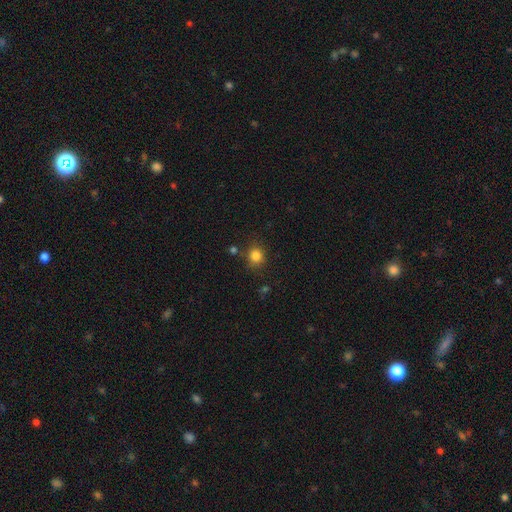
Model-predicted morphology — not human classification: Smooth or featured? Predicted: smooth (p=0.83). How rounded? Predicted: round (p=0.87). Merging? Predicted: none (p=0.82).